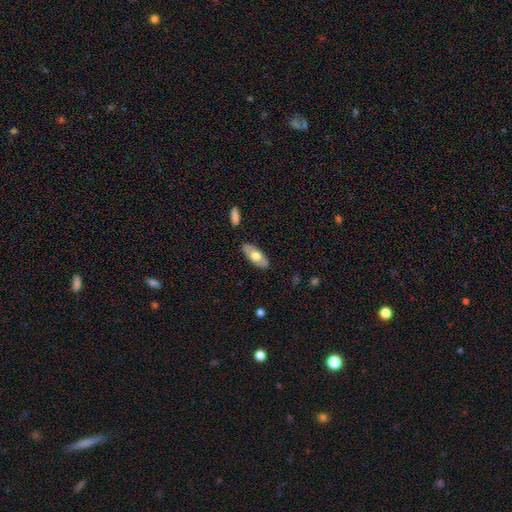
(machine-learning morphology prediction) Smooth or featured?
  - smooth: 59% *
  - featured or disk: 35%
  - star or artifact: 5%
How rounded?
  - in between: 85% *
  - cigar-shaped: 13%
  - round: 2%
Merging?
  - none: 85% *
  - minor disturbance: 11%
  - major disturbance: 2%
  - merger: 2%